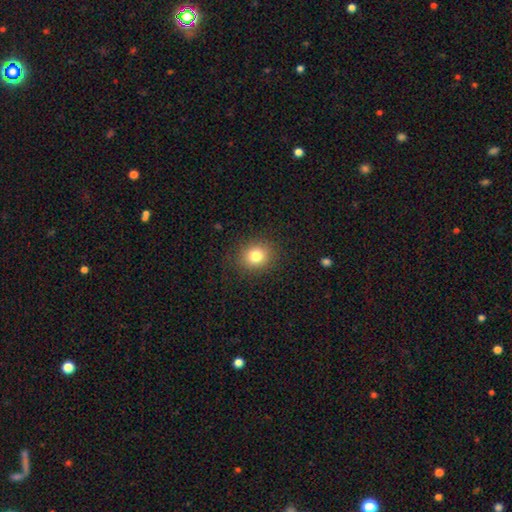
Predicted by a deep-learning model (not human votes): Smooth or featured? Predicted: smooth (p=0.80). How rounded? Predicted: round (p=0.72). Merging? Predicted: none (p=0.88).